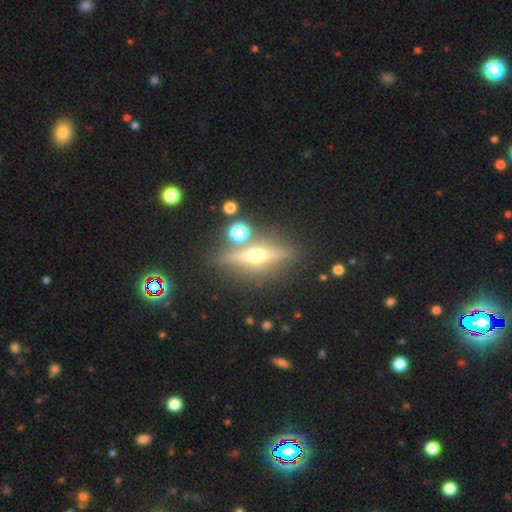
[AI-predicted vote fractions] smooth-or-featured: featured or disk: 73% | smooth: 17% | star or artifact: 10%
  disk-edge-on: yes: 94% | no: 6%
    edge-on-bulge: rounded: 96% | boxy: 2% | none: 2%
  merging: none: 84% | minor disturbance: 9% | merger: 5% | major disturbance: 3%